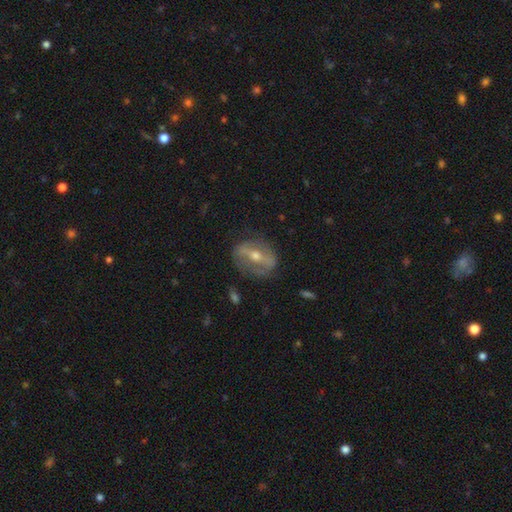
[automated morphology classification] Q: Smooth or featured?
A: featured or disk (74%); runner-up: smooth (18%)
Q: Edge-on disk?
A: no (83%); runner-up: yes (17%)
Q: Bar?
A: strong (66%); runner-up: weak (22%)
Q: Spiral arms?
A: no (56%); runner-up: yes (44%)
Q: Bulge size?
A: moderate (60%); runner-up: small (35%)
Q: Merging?
A: none (76%); runner-up: minor disturbance (16%)